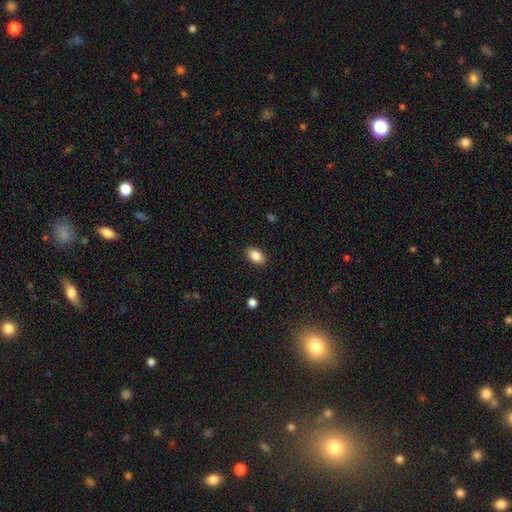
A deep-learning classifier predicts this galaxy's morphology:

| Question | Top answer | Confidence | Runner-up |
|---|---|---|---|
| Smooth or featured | smooth | 85% | star or artifact (8%) |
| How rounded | in between | 89% | round (9%) |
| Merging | none | 89% | minor disturbance (8%) |